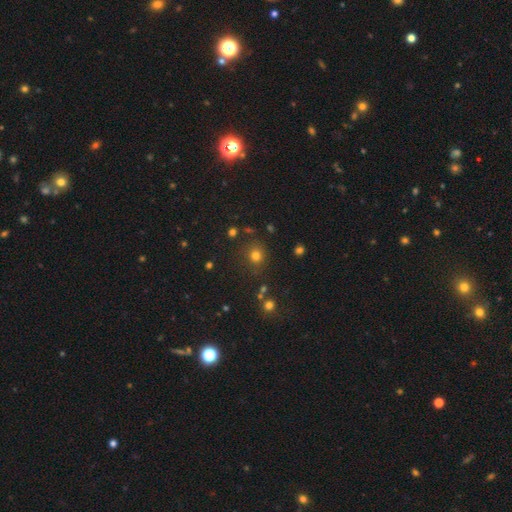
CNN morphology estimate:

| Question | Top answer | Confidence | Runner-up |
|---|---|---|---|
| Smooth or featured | smooth | 76% | star or artifact (18%) |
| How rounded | round | 87% | in between (12%) |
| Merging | none | 81% | minor disturbance (10%) |